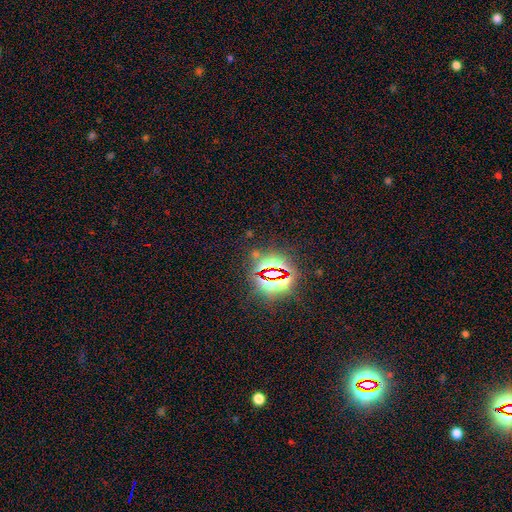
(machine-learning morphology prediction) Smooth or featured? star or artifact (81%)